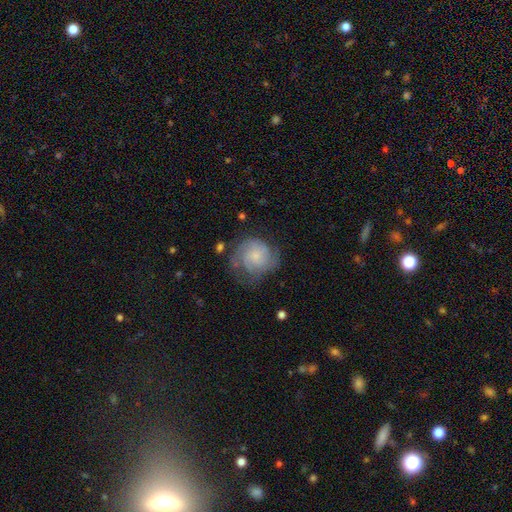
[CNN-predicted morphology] featured or disk 58%, smooth 35%, star or artifact 8%. Down the decision tree: edge-on disk — no (98%); bar — no (76%); spiral arms — yes (87%); bulge size — small (56%); merging — none (56%).